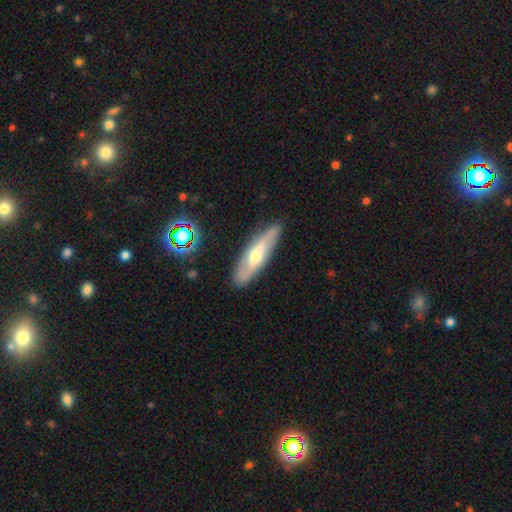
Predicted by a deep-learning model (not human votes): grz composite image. It shows a featured or disk galaxy (55%). Merging: none (83%).